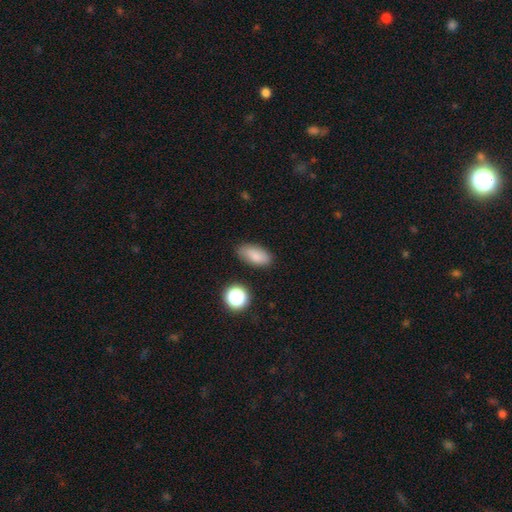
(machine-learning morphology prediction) smooth-or-featured: smooth: 82% | star or artifact: 10% | featured or disk: 8%
  how-rounded: in between: 88% | cigar-shaped: 7% | round: 5%
  merging: none: 80% | minor disturbance: 14% | major disturbance: 3% | merger: 2%